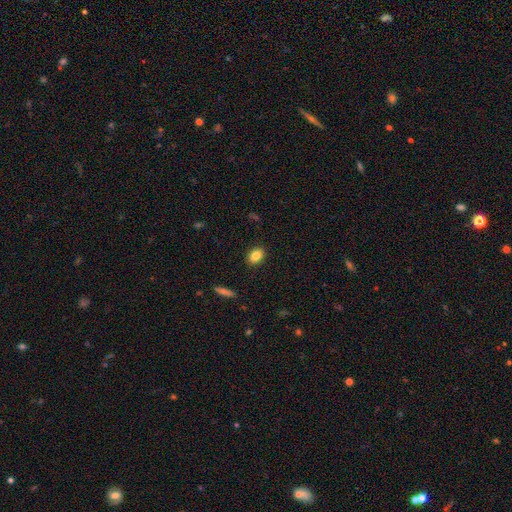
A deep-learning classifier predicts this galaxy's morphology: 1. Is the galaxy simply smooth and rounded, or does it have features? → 84% smooth, 9% star or artifact, 7% featured or disk.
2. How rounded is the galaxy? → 71% in between, 28% round, 2% cigar-shaped.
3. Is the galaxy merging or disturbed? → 90% none, 7% minor disturbance, 2% major disturbance, 1% merger.